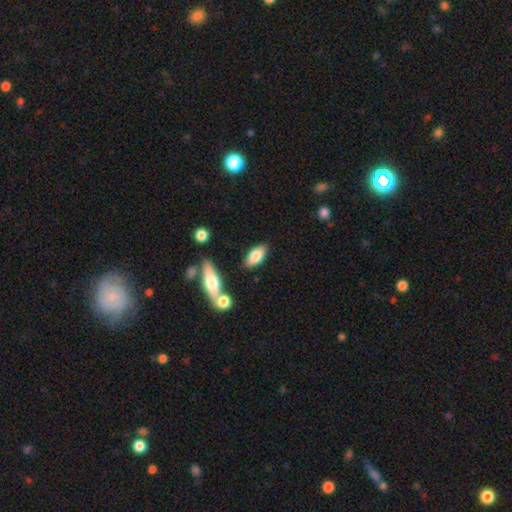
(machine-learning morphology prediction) Q: Smooth or featured?
A: smooth (78%); runner-up: featured or disk (16%)
Q: How rounded?
A: in between (86%); runner-up: cigar-shaped (11%)
Q: Merging?
A: none (79%); runner-up: minor disturbance (11%)